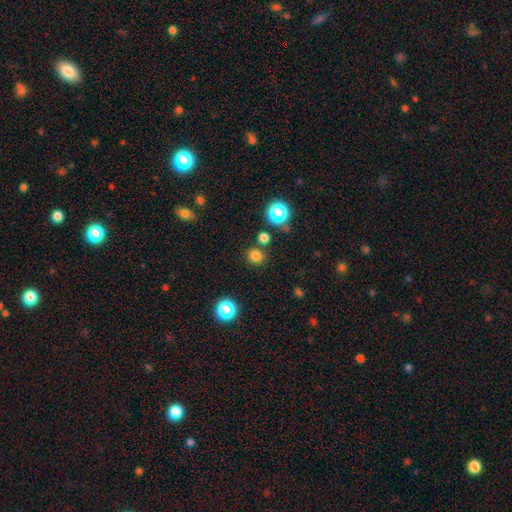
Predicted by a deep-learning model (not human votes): smooth 78%, star or artifact 17%, featured or disk 5%. Down the decision tree: how rounded — round (89%); merging — none (82%).